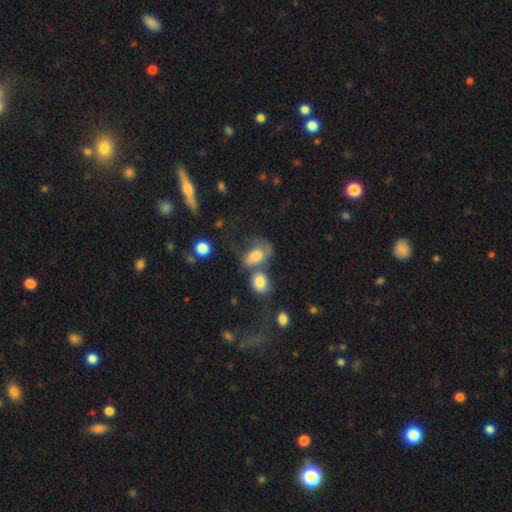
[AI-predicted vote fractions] smooth 64%, featured or disk 26%, star or artifact 10%. Down the decision tree: how rounded — in between (80%); merging — merger (40%).